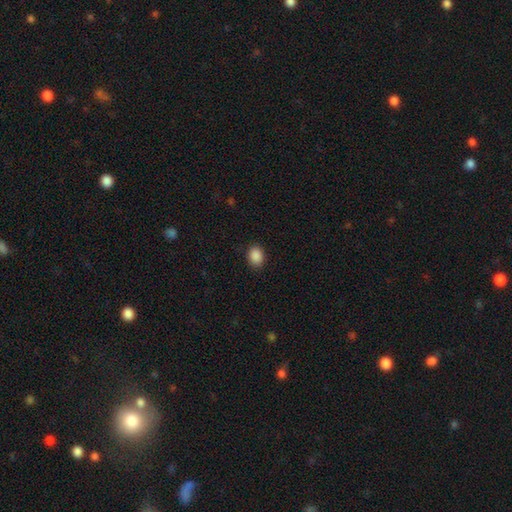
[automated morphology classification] smooth_or_featured: smooth (p=0.89) [alt: star or artifact p=0.08]
how_rounded: in between (p=0.63) [alt: round p=0.36]
merging: none (p=0.88) [alt: minor disturbance p=0.08]